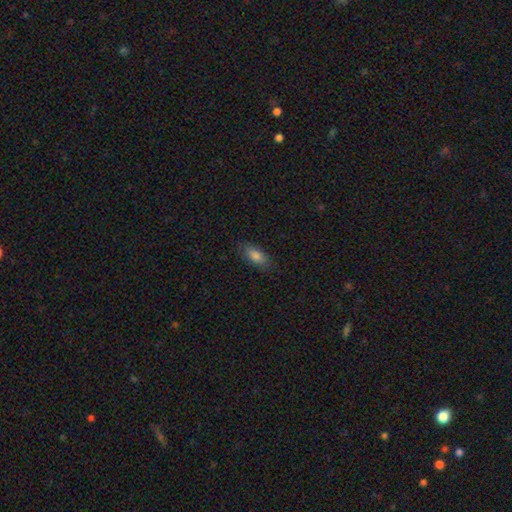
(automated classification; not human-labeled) A smooth galaxy with no disk features (82%) that is in between round and cigar-shaped (80%). Merging: none (84%).